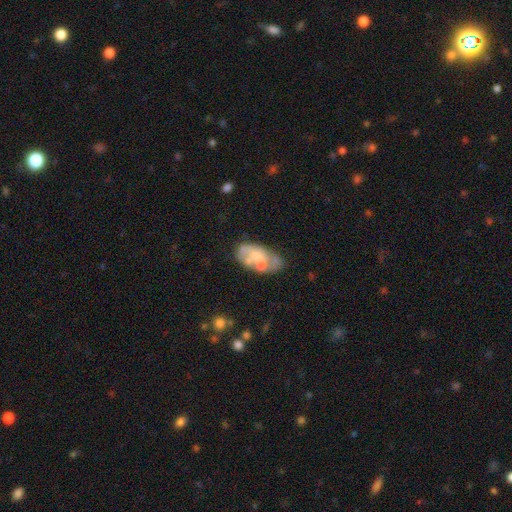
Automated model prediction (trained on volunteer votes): Smooth or featured? featured or disk (54%)
Edge-on disk? no (96%)
Bar? no (85%)
Spiral arms? no (77%)
Bulge size? moderate (39%)
Merging? none (41%)